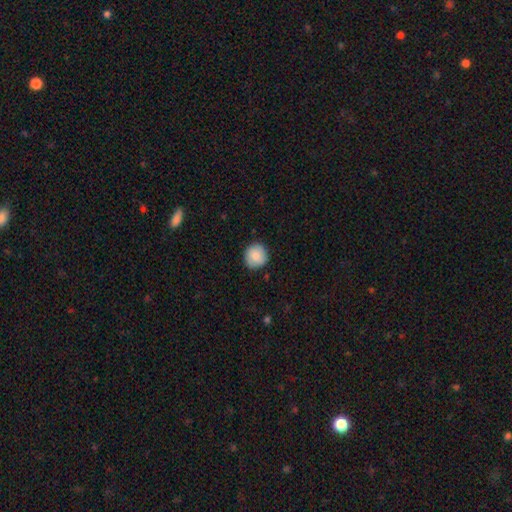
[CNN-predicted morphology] This appears to be a smooth galaxy with no disk features (85%) that is round (92%). Merging: none (88%).